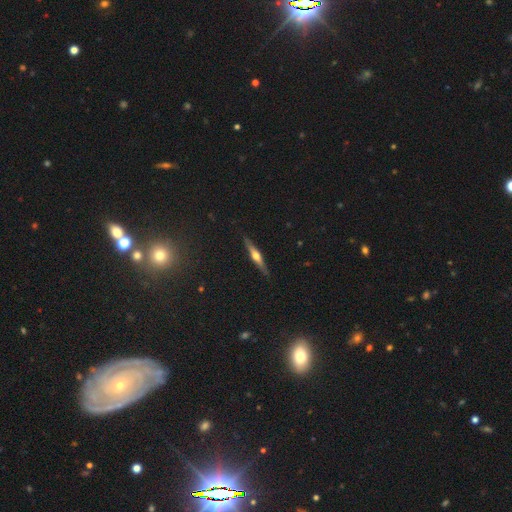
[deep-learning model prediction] A featured or disk galaxy (67%) viewed edge-on (97%) with a rounded central bulge (90%).

Vote fractions:
- Smooth or featured? featured or disk: 67% / smooth: 26% / star or artifact: 7%
- Edge-on disk? yes: 97% / no: 3%
- Edge-on bulge? rounded: 90% / none: 5% / boxy: 4%
- Merging? none: 90% / minor disturbance: 8% / major disturbance: 2% / merger: 1%